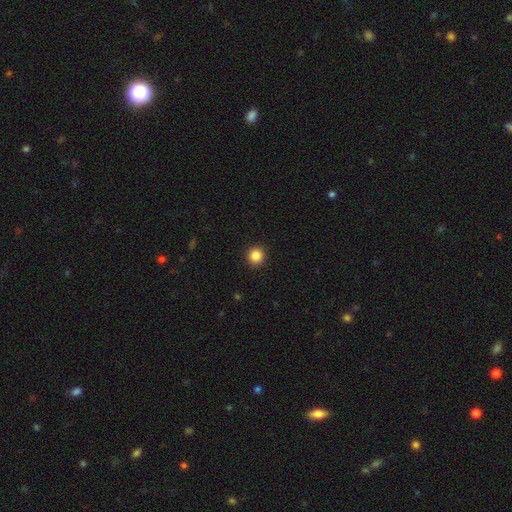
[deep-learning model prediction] smooth-or-featured: smooth: 87% | star or artifact: 10% | featured or disk: 3%
  how-rounded: round: 94% | in between: 5% | cigar-shaped: 1%
  merging: none: 93% | minor disturbance: 5% | major disturbance: 2% | merger: 1%